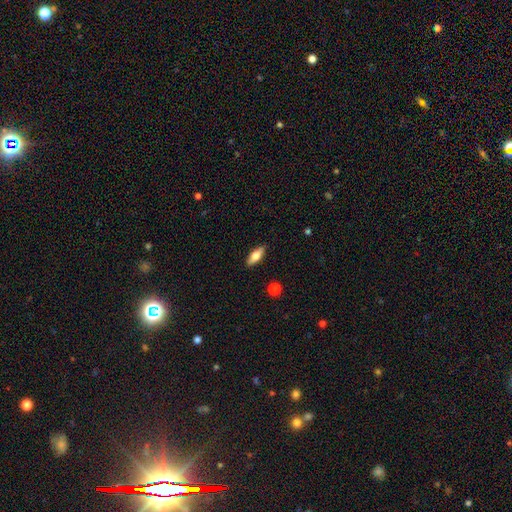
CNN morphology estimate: This is likely a smooth galaxy (62%). How rounded: likely in between (65%). Merging: clearly none (89%).